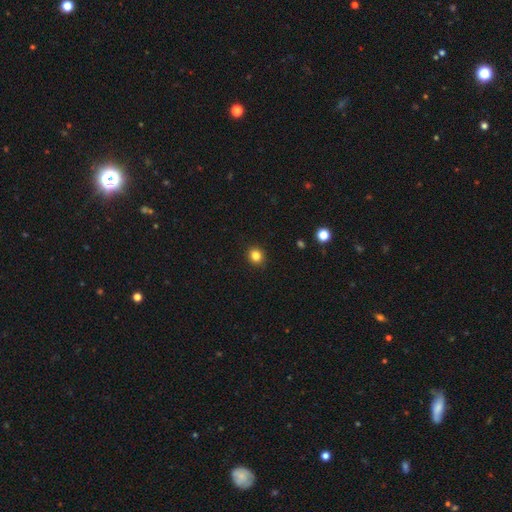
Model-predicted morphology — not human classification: This appears to be a smooth galaxy with no disk features (83%) that is round (80%). Merging: none (91%).